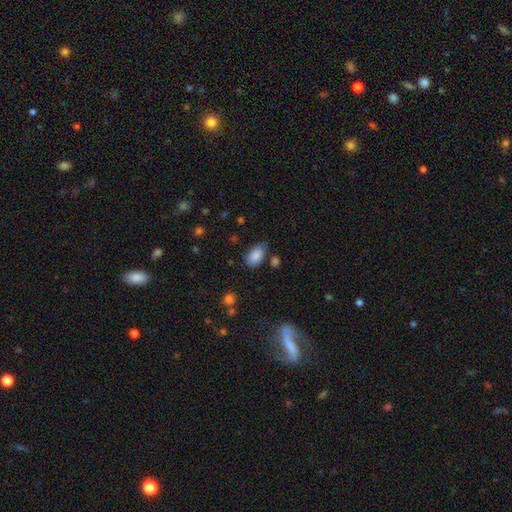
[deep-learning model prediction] smooth 86%, star or artifact 8%, featured or disk 6%. Down the decision tree: how rounded — in between (92%); merging — none (64%).